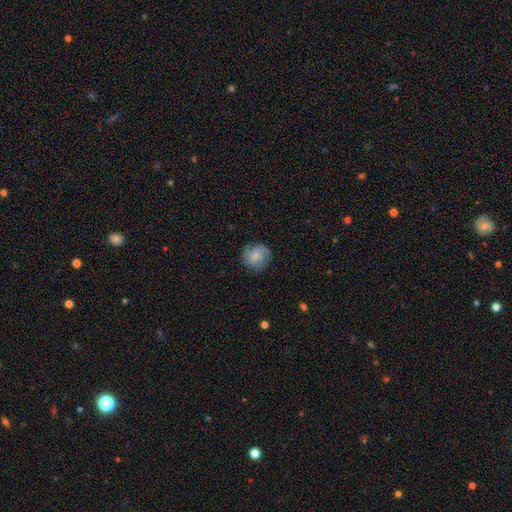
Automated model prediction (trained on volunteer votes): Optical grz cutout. It shows a smooth galaxy with no disk features (57%) that is round (82%). Merging: none (75%).